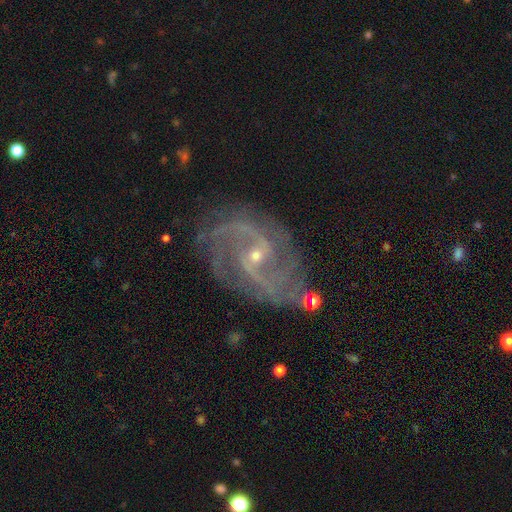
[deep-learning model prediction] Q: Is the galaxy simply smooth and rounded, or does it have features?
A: featured or disk — 91%.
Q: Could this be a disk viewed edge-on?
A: no — 97%.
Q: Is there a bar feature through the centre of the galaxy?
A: no — 42%, tied with weak.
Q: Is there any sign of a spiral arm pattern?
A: yes — 98%.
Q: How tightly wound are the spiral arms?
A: medium — 53%.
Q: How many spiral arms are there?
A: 2 — 67%.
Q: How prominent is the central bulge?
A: small — 76%.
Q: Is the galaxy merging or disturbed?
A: none — 72%.